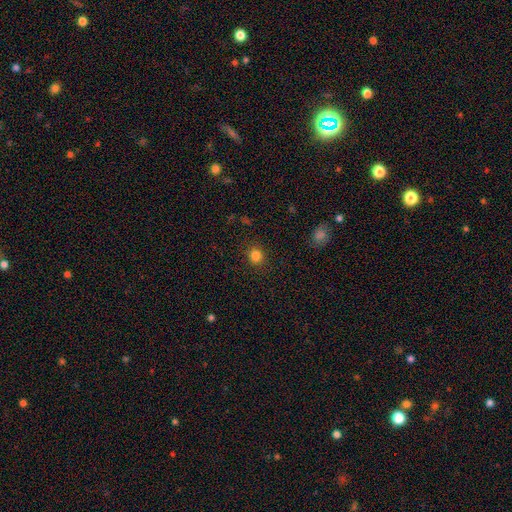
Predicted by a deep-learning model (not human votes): Smooth or featured: smooth — 83% (star or artifact — 13%)
How rounded: round — 83% (in between — 16%)
Merging: none — 88% (minor disturbance — 8%)